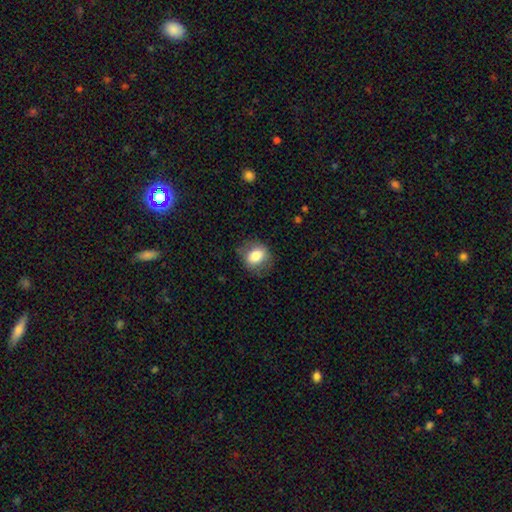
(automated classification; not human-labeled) Smooth or featured? smooth (78%)
How rounded? in between (55%)
Merging? none (70%)